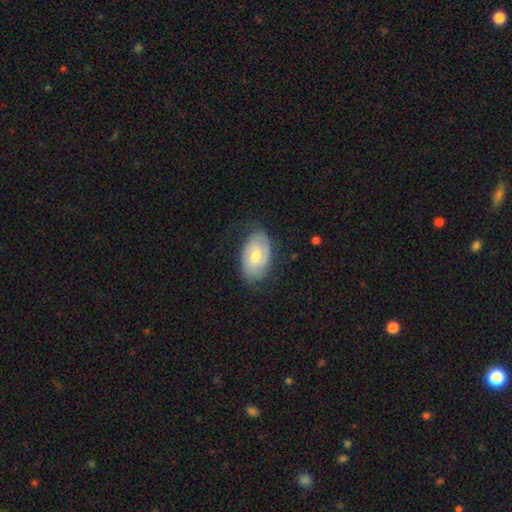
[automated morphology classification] Smooth or featured: featured or disk — 50% (smooth — 43%)
Edge-on disk: no — 94% (yes — 6%)
Merging: none — 71% (minor disturbance — 22%)